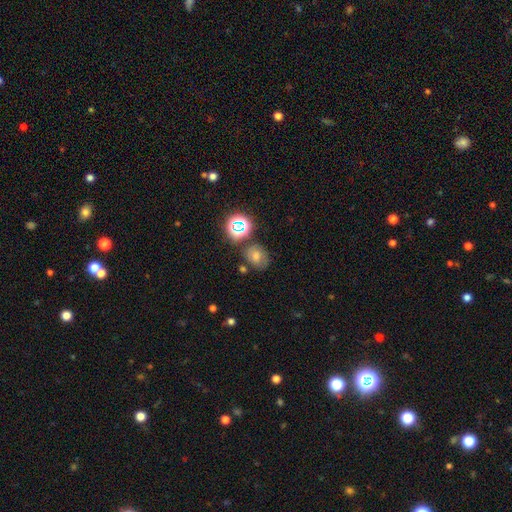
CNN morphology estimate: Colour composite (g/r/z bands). It shows a smooth galaxy with no disk features (43%). Merging: none (73%).